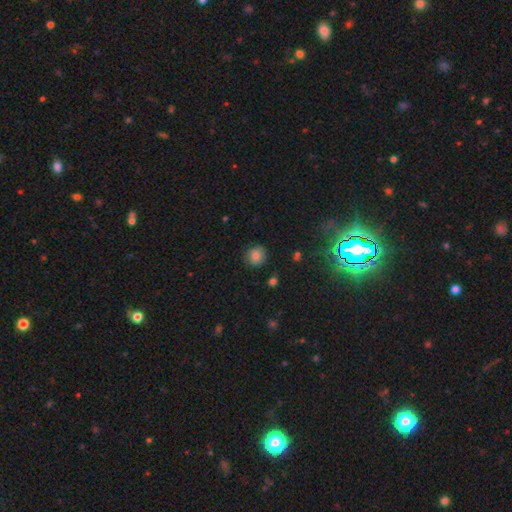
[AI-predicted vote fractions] This appears to be a smooth galaxy with no disk features (79%) that is round (90%). Merging: none (87%).